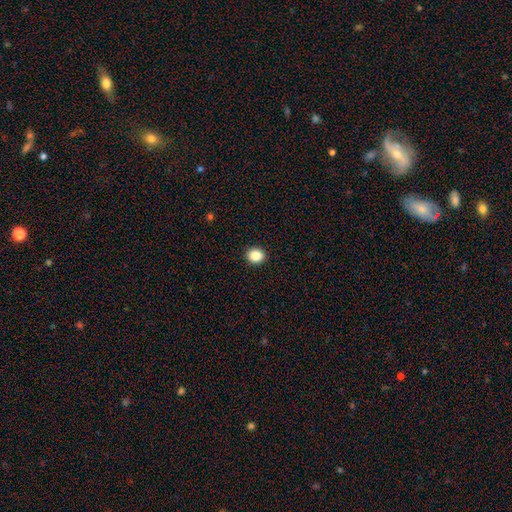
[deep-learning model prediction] Smooth or featured?
  - smooth: 87% *
  - star or artifact: 10%
  - featured or disk: 4%
How rounded?
  - round: 79% *
  - in between: 20%
  - cigar-shaped: 1%
Merging?
  - none: 93% *
  - minor disturbance: 5%
  - major disturbance: 2%
  - merger: 1%